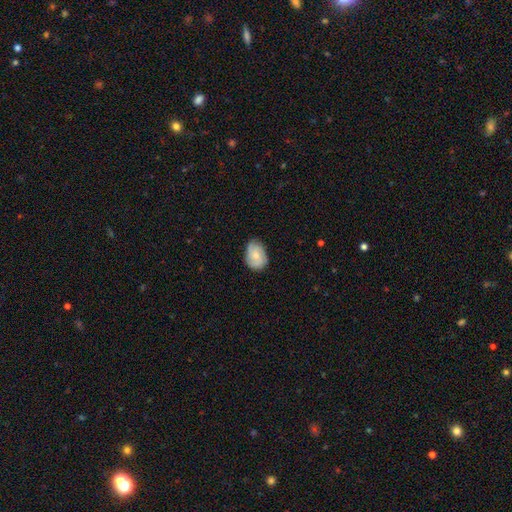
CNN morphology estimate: This is possibly a smooth galaxy (56%). How rounded: likely in between (71%). Merging: likely none (69%).